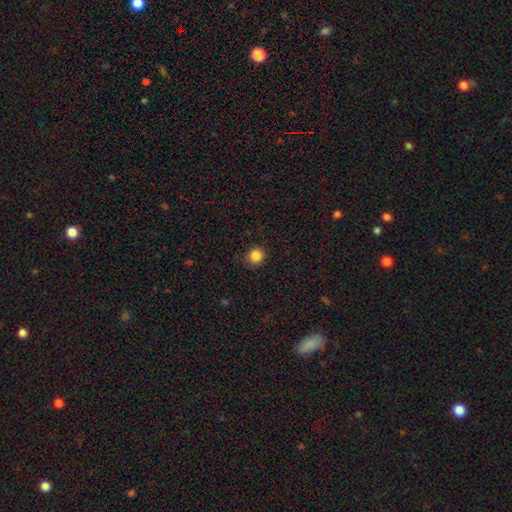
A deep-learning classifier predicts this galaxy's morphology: This is clearly a smooth galaxy (85%). How rounded: clearly round (94%). Merging: clearly none (89%).